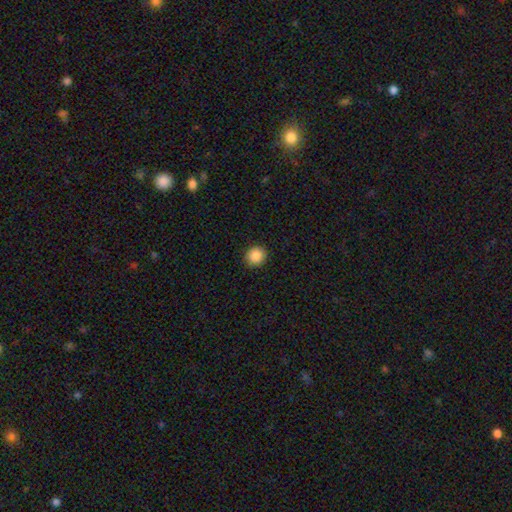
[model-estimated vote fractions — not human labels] Q: Smooth or featured?
A: smooth (88%); runner-up: star or artifact (9%)
Q: How rounded?
A: round (89%); runner-up: in between (10%)
Q: Merging?
A: none (91%); runner-up: minor disturbance (6%)